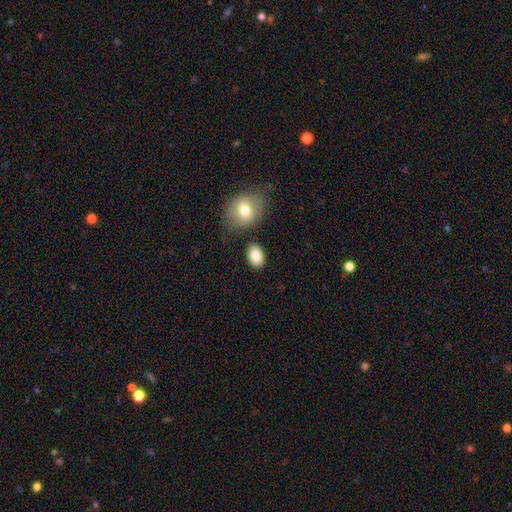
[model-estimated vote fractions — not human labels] Overall: smooth (85%). How rounded: in between (82%). Merging: none (80%).